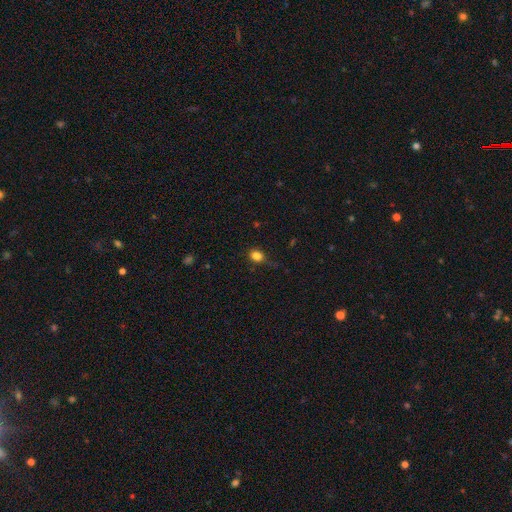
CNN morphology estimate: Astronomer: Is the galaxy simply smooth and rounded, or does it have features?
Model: smooth — 83%.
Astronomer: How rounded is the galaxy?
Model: round — 51% (runner-up: in between, 48%).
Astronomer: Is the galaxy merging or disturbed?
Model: none — 73%.